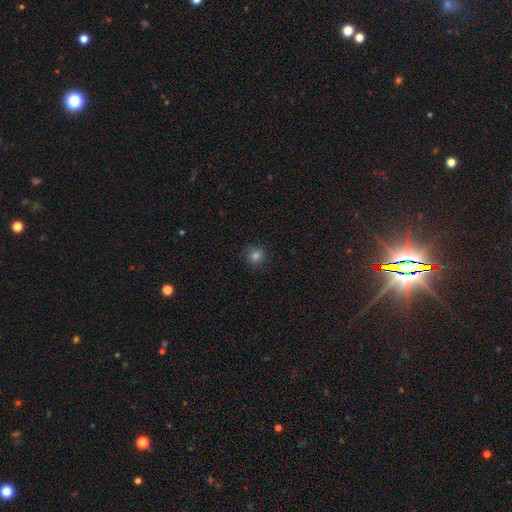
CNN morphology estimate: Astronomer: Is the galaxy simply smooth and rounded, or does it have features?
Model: smooth — 80%.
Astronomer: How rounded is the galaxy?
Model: round — 87%.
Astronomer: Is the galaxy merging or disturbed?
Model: none — 86%.